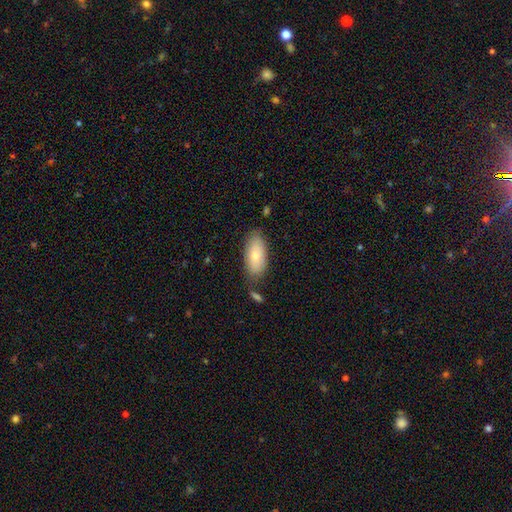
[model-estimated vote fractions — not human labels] Smooth or featured? Predicted: smooth (p=0.74). How rounded? Predicted: in between (p=0.90). Merging? Predicted: none (p=0.74).